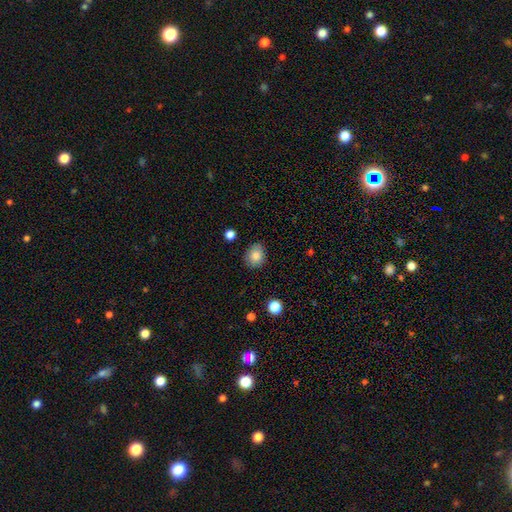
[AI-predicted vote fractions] smooth_or_featured: smooth (p=0.84) [alt: star or artifact p=0.09]
how_rounded: round (p=0.63) [alt: in between p=0.36]
merging: none (p=0.84) [alt: minor disturbance p=0.12]